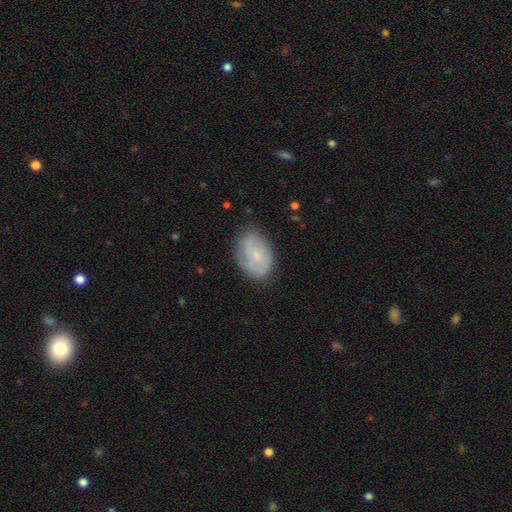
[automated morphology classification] Smooth or featured? Predicted: featured or disk (p=0.48). Merging? Predicted: none (p=0.72).